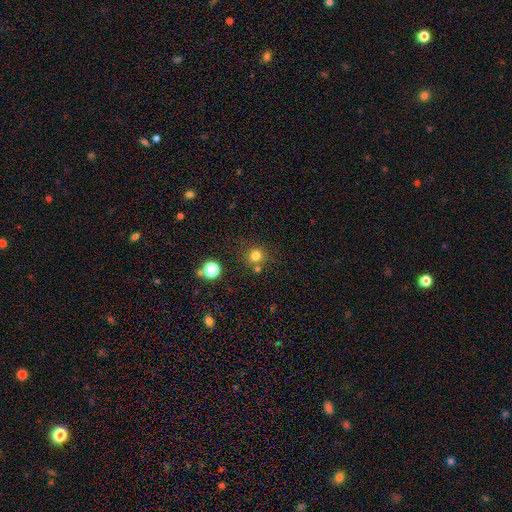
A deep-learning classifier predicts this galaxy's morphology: The model was most divided on "smooth or featured": smooth: 77%, star or artifact: 17%, featured or disk: 6%. More confident: how rounded — round (91%); merging — none (75%).